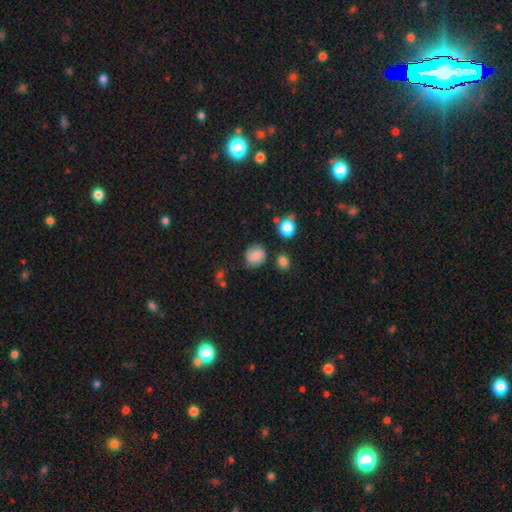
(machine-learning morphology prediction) Smooth or featured? smooth (74%)
How rounded? round (73%)
Merging? none (71%)